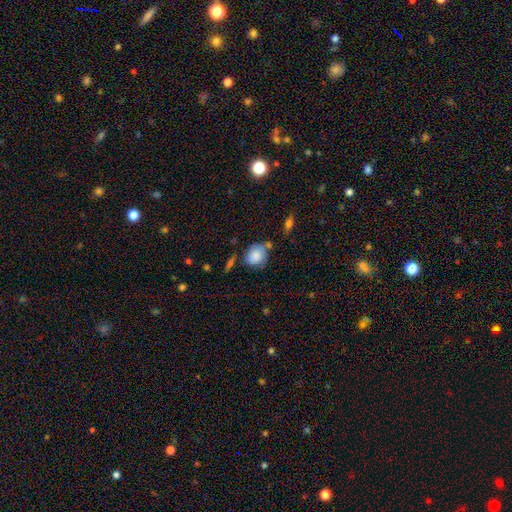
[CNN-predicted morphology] Smooth or featured? smooth (81%)
How rounded? round (66%)
Merging? none (58%)